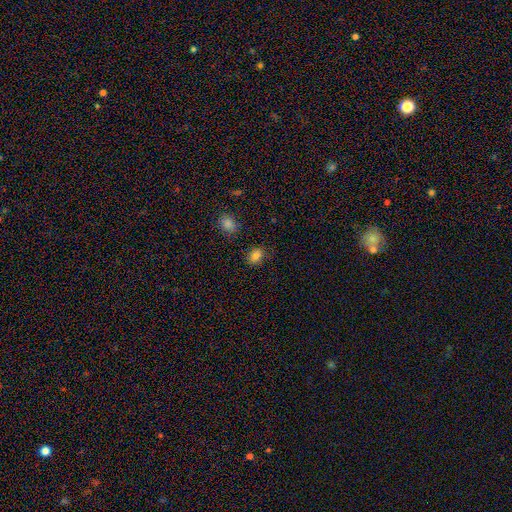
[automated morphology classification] Smooth or featured? smooth (83%)
How rounded? in between (69%)
Merging? none (84%)